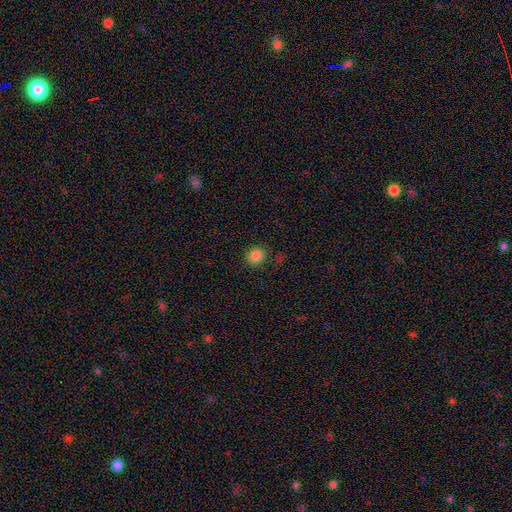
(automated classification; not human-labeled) smooth-or-featured: smooth: 84% | star or artifact: 12% | featured or disk: 4%
  how-rounded: round: 85% | in between: 14% | cigar-shaped: 1%
  merging: none: 85% | minor disturbance: 10% | major disturbance: 3% | merger: 2%